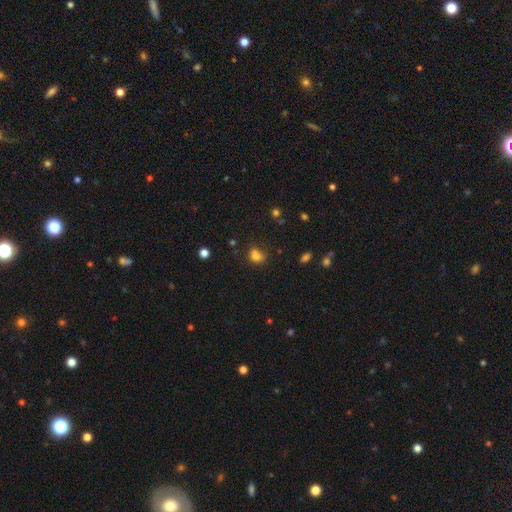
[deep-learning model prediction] smooth-or-featured: smooth: 80% | star or artifact: 14% | featured or disk: 6%
  how-rounded: in between: 53% | round: 46% | cigar-shaped: 1%
  merging: none: 63% | minor disturbance: 23% | major disturbance: 7% | merger: 7%